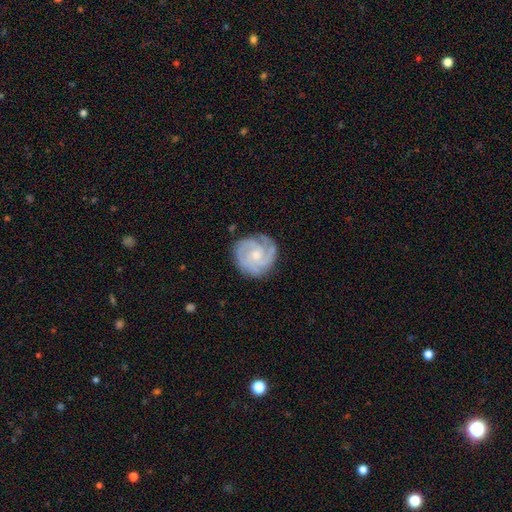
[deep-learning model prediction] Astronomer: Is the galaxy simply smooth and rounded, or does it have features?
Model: featured or disk — 86%.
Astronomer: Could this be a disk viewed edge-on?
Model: no — 98%.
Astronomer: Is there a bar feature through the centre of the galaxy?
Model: no — 70%.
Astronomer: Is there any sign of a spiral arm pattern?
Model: yes — 97%.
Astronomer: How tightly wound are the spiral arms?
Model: tight — 66%.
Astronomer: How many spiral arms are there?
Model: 3 — 45%.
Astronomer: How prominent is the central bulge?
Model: small — 61%.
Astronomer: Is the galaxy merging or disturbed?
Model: none — 79%.